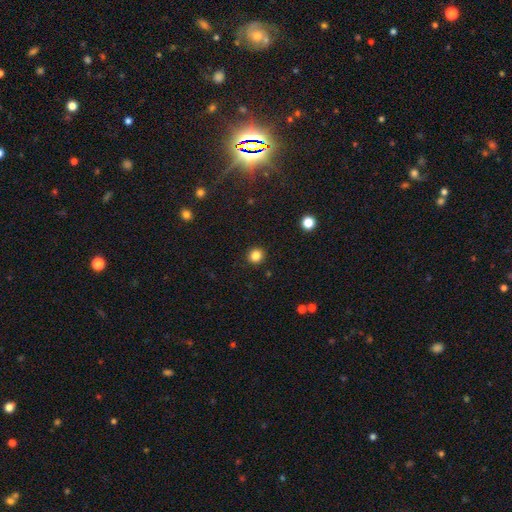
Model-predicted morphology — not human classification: Smooth or featured?
  - smooth: 84% *
  - star or artifact: 12%
  - featured or disk: 4%
How rounded?
  - round: 92% *
  - in between: 7%
  - cigar-shaped: 1%
Merging?
  - none: 92% *
  - minor disturbance: 5%
  - major disturbance: 2%
  - merger: 1%